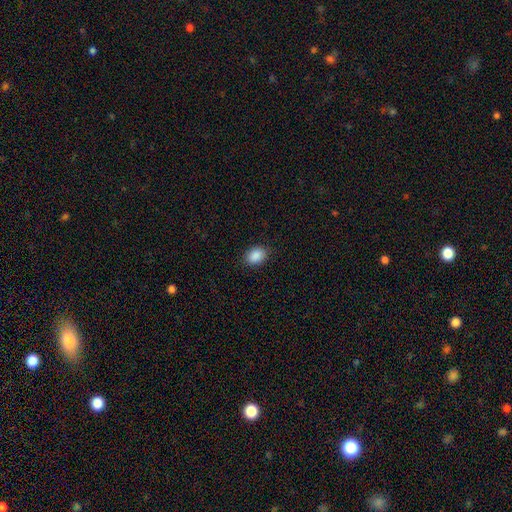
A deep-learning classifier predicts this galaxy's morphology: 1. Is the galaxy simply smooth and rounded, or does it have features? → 89% smooth, 8% star or artifact, 3% featured or disk.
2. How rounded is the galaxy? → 75% in between, 24% round, 1% cigar-shaped.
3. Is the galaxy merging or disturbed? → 88% none, 9% minor disturbance, 2% major disturbance, 1% merger.